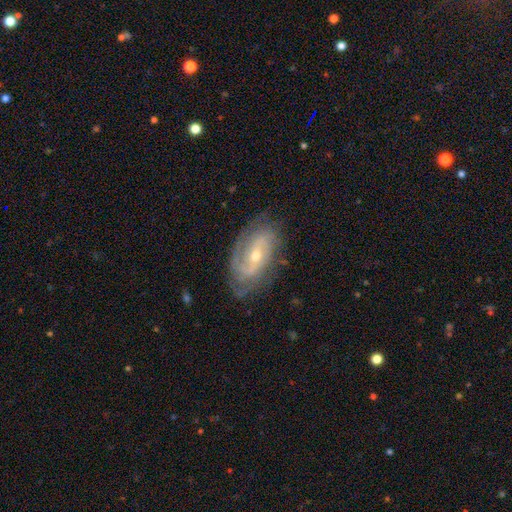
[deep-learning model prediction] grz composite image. It shows a featured or disk galaxy (86%) with a weak bar (41%, tied with no), 2 (53%) tight (48%) spiral arms (95%) and a small central bulge (56%). Merging: none (75%).